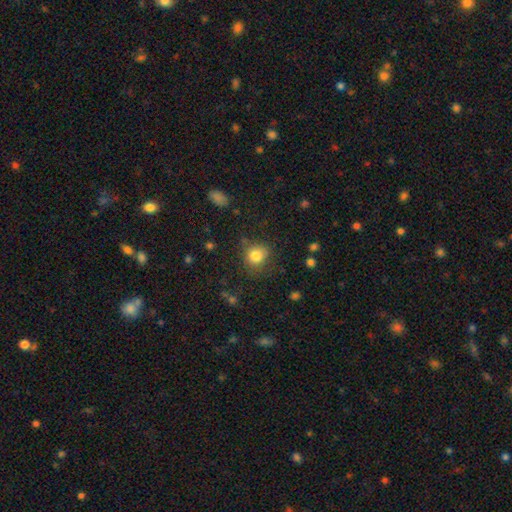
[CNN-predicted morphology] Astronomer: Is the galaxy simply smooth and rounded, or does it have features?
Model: smooth — 81%.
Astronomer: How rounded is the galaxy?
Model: round — 80%.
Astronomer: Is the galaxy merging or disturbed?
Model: none — 75%.